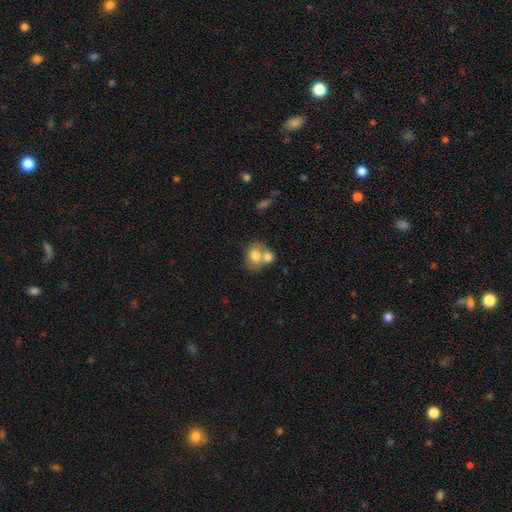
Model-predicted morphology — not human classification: smooth 73%, featured or disk 18%, star or artifact 8%. Down the decision tree: how rounded — round (56%); merging — merger (55%).